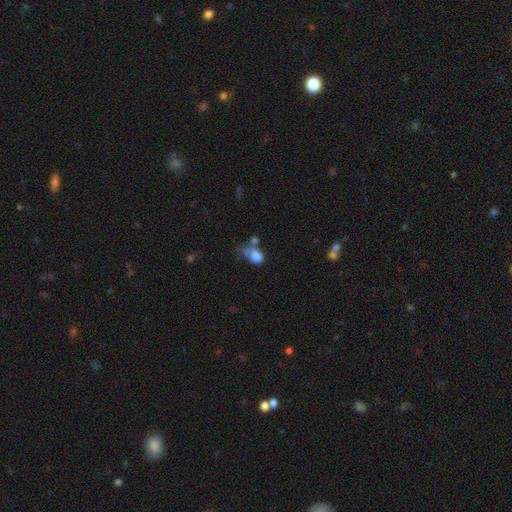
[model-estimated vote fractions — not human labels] A smooth galaxy with no disk features (76%) that is in between round and cigar-shaped (65%).

Vote fractions:
- Smooth or featured? smooth: 76% / featured or disk: 13% / star or artifact: 12%
- How rounded? in between: 65% / round: 33% / cigar-shaped: 1%
- Merging? merger: 35% / none: 27% / minor disturbance: 19% / major disturbance: 18%